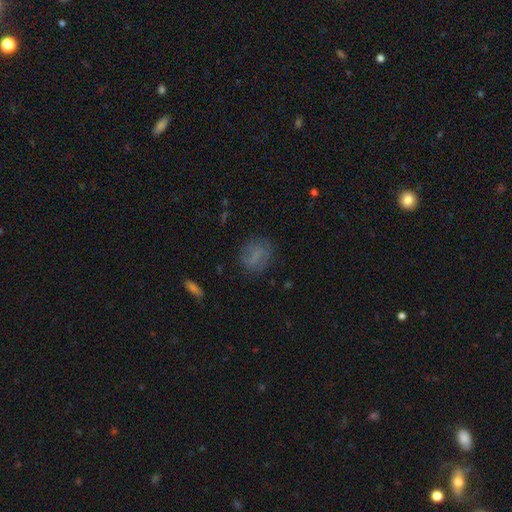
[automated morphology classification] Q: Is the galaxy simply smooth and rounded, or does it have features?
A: smooth — 67%.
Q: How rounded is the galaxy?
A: round — 53%.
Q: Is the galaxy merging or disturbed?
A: none — 75%.